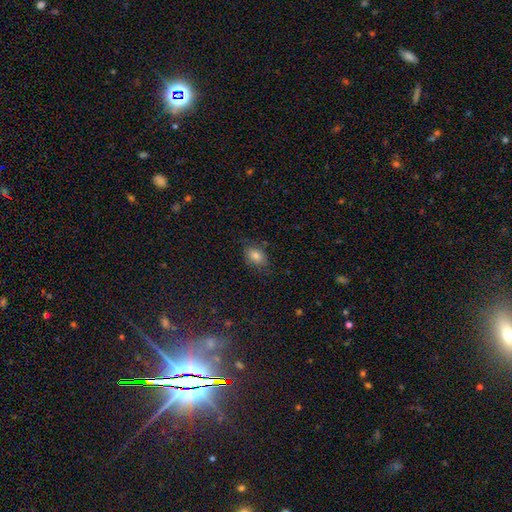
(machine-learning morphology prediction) Overall: smooth (76%). How rounded: in between (80%). Merging: none (73%).